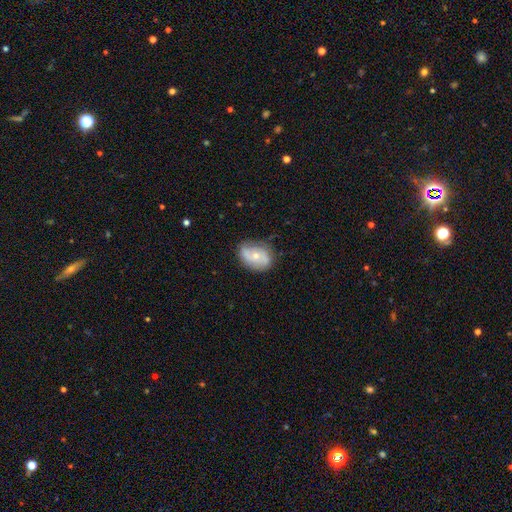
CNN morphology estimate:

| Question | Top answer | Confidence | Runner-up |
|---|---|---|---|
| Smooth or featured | featured or disk | 51% | smooth (41%) |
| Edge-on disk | no | 95% | yes (5%) |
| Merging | none | 68% | minor disturbance (23%) |